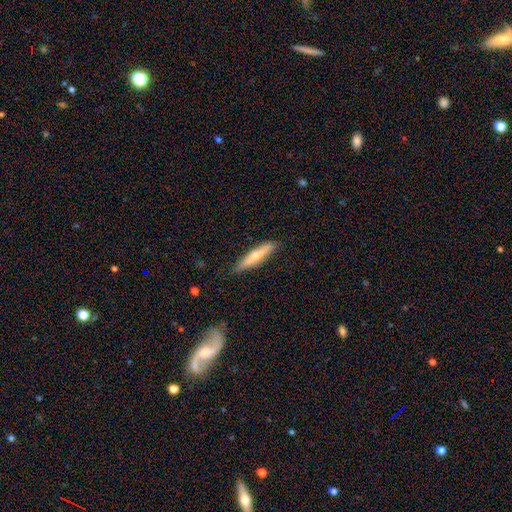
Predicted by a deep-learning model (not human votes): Smooth or featured: smooth — 50% (featured or disk — 44%)
How rounded: cigar-shaped — 83% (in between — 15%)
Merging: none — 87% (minor disturbance — 10%)